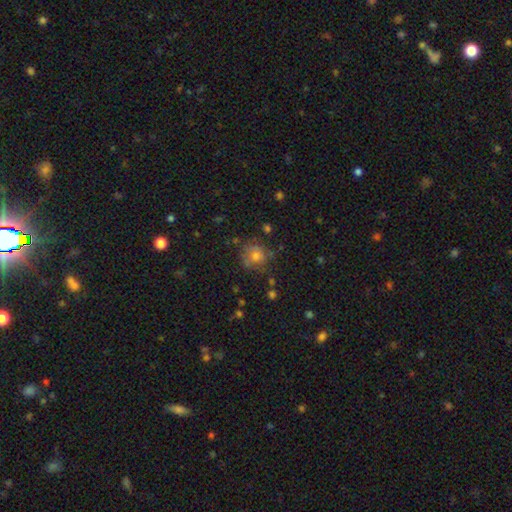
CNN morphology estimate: A smooth galaxy with no disk features (67%) that is round (86%). Merging: none (68%).